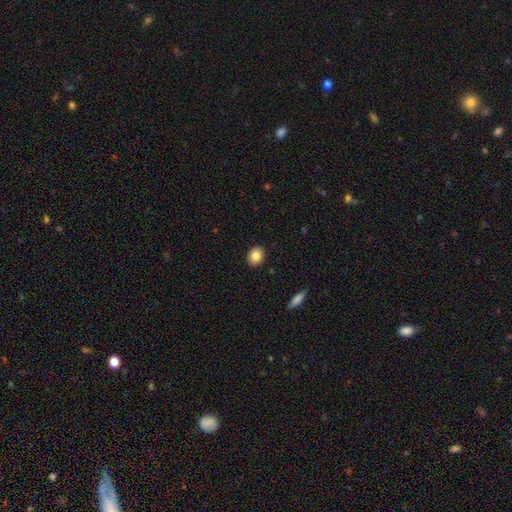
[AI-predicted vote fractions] smooth 85%, star or artifact 9%, featured or disk 7%. Down the decision tree: how rounded — round (52%); merging — none (90%).